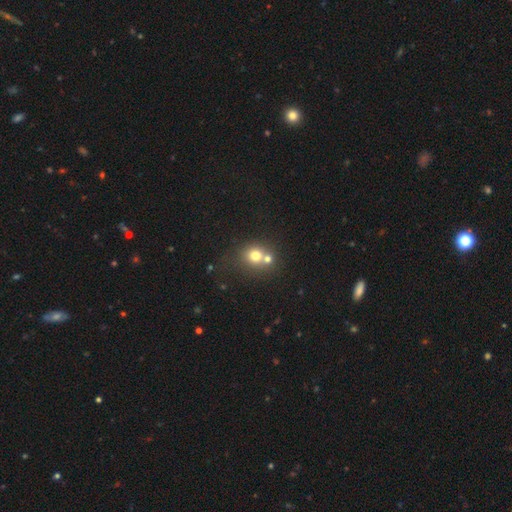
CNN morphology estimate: Q: Smooth or featured?
A: smooth (71%); runner-up: featured or disk (15%)
Q: How rounded?
A: round (79%); runner-up: in between (20%)
Q: Merging?
A: merger (45%); runner-up: none (44%)